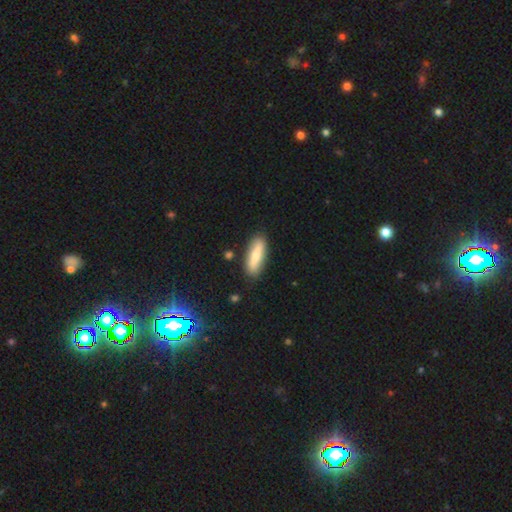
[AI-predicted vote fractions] Q: Smooth or featured?
A: smooth (68%); runner-up: featured or disk (26%)
Q: How rounded?
A: cigar-shaped (50%); runner-up: in between (48%)
Q: Merging?
A: none (85%); runner-up: minor disturbance (11%)